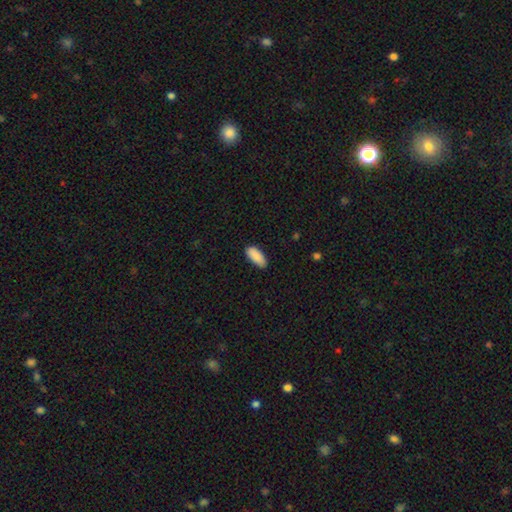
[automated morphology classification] smooth_or_featured: smooth (p=0.90) [alt: star or artifact p=0.06]
how_rounded: in between (p=0.83) [alt: cigar-shaped p=0.16]
merging: none (p=0.84) [alt: minor disturbance p=0.13]